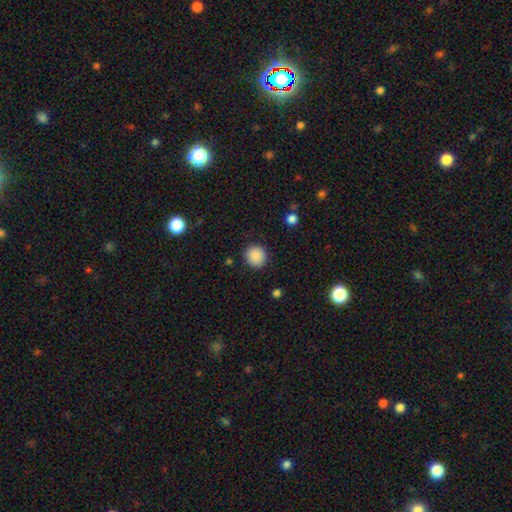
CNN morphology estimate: This is clearly a smooth galaxy (88%). How rounded: clearly round (90%). Merging: clearly none (88%).